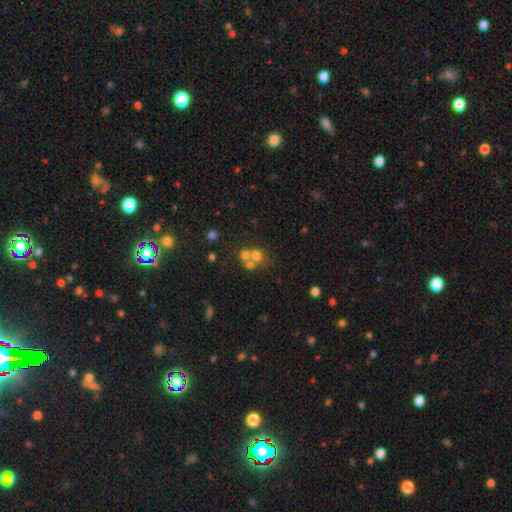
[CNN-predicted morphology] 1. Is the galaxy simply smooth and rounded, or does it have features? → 62% smooth, 22% featured or disk, 17% star or artifact.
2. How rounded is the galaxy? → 79% round, 20% in between, 1% cigar-shaped.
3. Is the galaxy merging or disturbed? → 54% merger, 35% none, 6% minor disturbance, 5% major disturbance.